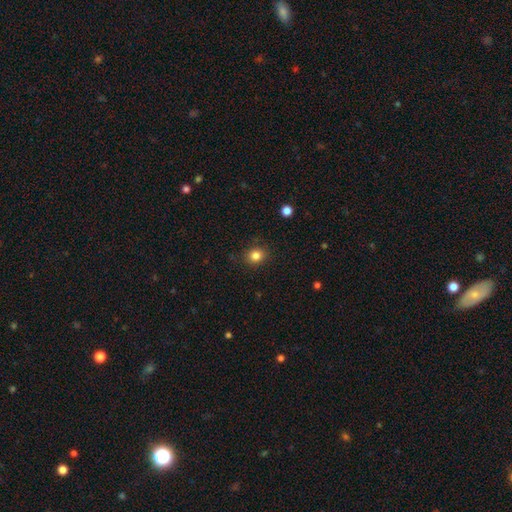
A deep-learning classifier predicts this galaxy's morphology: Smooth or featured?
  - smooth: 84% *
  - star or artifact: 11%
  - featured or disk: 5%
How rounded?
  - round: 75% *
  - in between: 24%
  - cigar-shaped: 1%
Merging?
  - none: 87% *
  - minor disturbance: 9%
  - major disturbance: 3%
  - merger: 1%